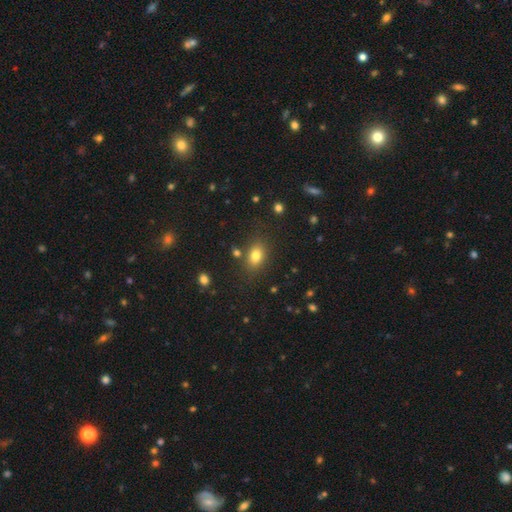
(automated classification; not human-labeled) Q: Smooth or featured?
A: smooth (80%); runner-up: star or artifact (11%)
Q: How rounded?
A: in between (77%); runner-up: round (21%)
Q: Merging?
A: none (80%); runner-up: minor disturbance (12%)